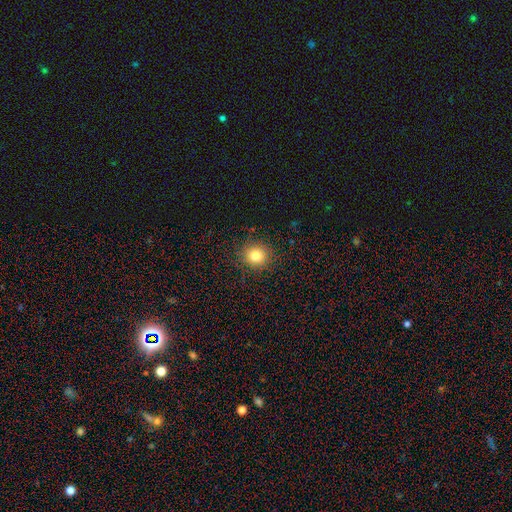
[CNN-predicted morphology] A smooth galaxy with no disk features (82%) that is round (88%). Merging: none (89%).